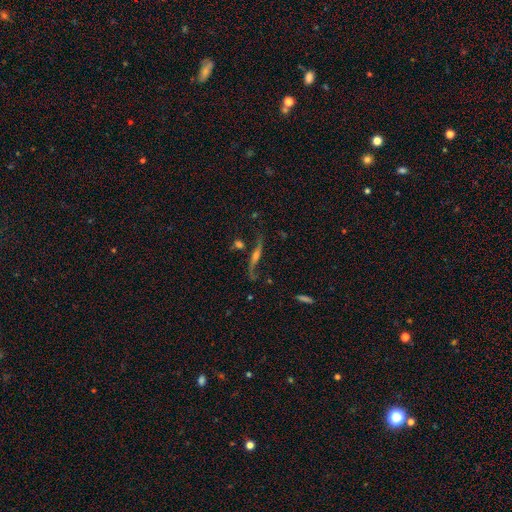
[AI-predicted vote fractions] Q: Smooth or featured?
A: featured or disk (79%); runner-up: smooth (11%)
Q: Edge-on disk?
A: yes (65%); runner-up: no (35%)
Q: Edge-on bulge?
A: rounded (79%); runner-up: boxy (10%)
Q: Merging?
A: none (65%); runner-up: minor disturbance (18%)